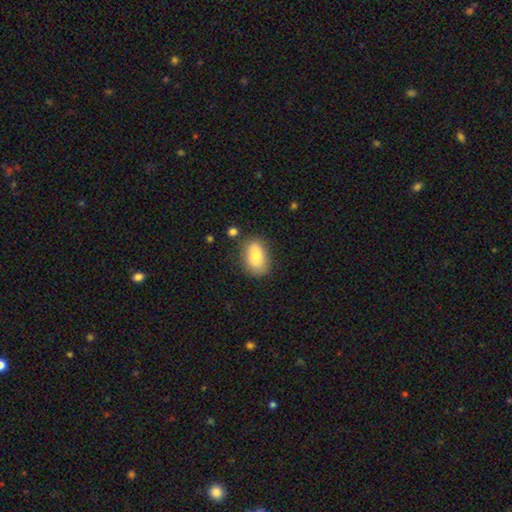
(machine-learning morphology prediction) Smooth or featured?
  - smooth: 79% *
  - featured or disk: 13%
  - star or artifact: 7%
How rounded?
  - in between: 86% *
  - round: 11%
  - cigar-shaped: 2%
Merging?
  - none: 76% *
  - minor disturbance: 17%
  - major disturbance: 4%
  - merger: 3%